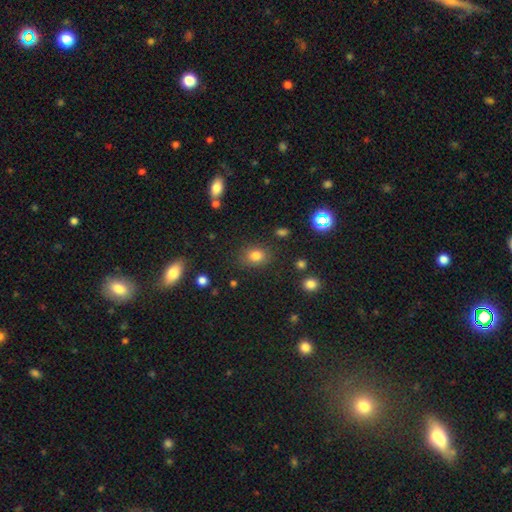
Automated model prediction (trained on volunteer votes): A smooth galaxy with no disk features (78%) that is round (57%).

Vote fractions:
- Smooth or featured? smooth: 78% / star or artifact: 15% / featured or disk: 7%
- How rounded? round: 57% / in between: 42% / cigar-shaped: 1%
- Merging? none: 82% / minor disturbance: 11% / major disturbance: 4% / merger: 3%